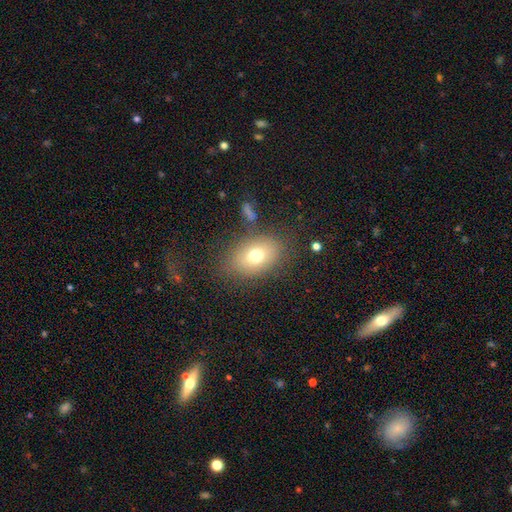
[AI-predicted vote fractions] Smooth or featured? Predicted: smooth (p=0.72). How rounded? Predicted: in between (p=0.79). Merging? Predicted: none (p=0.79).